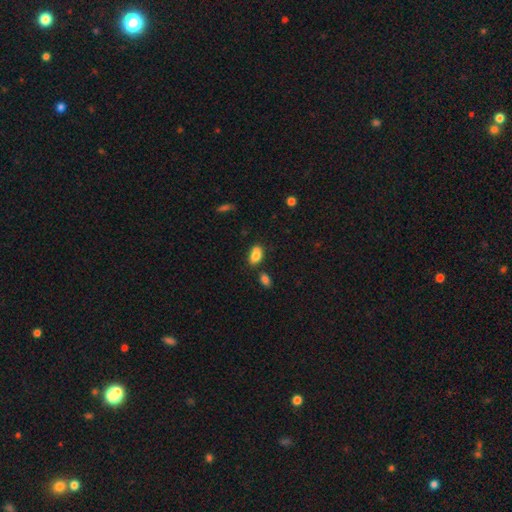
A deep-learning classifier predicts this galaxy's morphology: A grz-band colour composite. It shows a smooth galaxy with no disk features (82%) that is in between round and cigar-shaped (89%). Merging: none (62%).